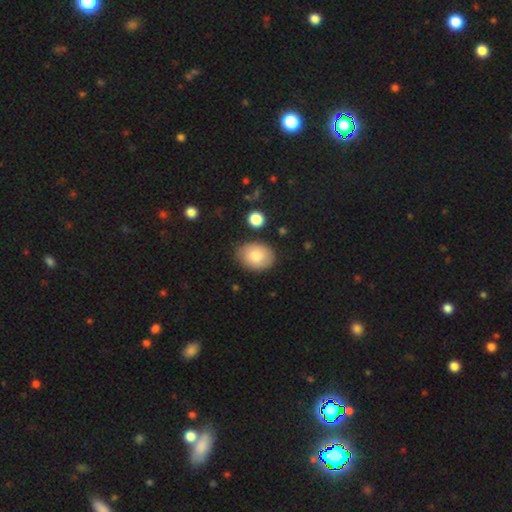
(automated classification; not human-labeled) This is likely a smooth galaxy (78%). How rounded: likely in between (64%). Merging: clearly none (82%).